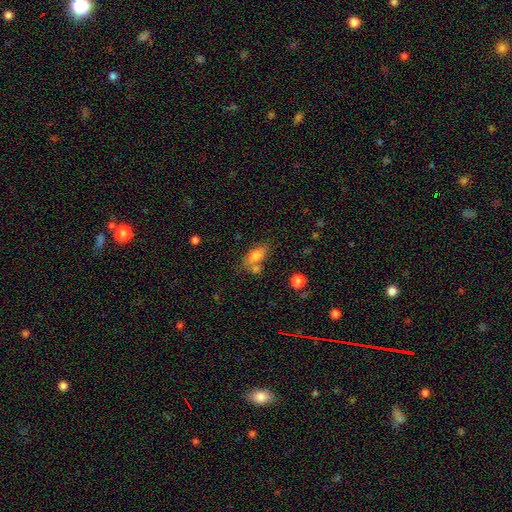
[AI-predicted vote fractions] A smooth galaxy with no disk features (76%) that is in between round and cigar-shaped (85%).

Vote fractions:
- Smooth or featured? smooth: 76% / featured or disk: 15% / star or artifact: 9%
- How rounded? in between: 85% / cigar-shaped: 9% / round: 6%
- Merging? none: 53% / merger: 24% / minor disturbance: 17% / major disturbance: 6%